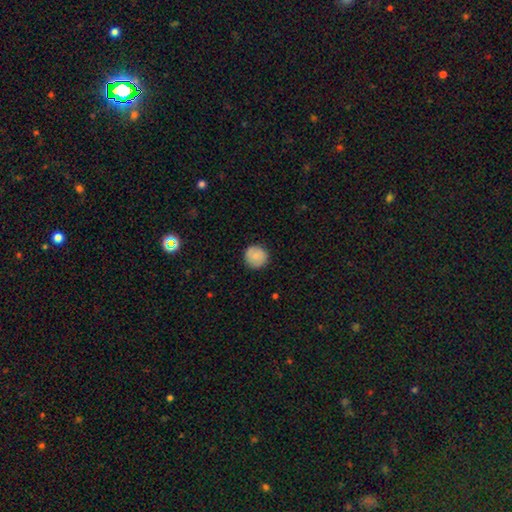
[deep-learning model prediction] The model was most divided on "smooth or featured": smooth: 81%, featured or disk: 12%, star or artifact: 7%. More confident: how rounded — round (94%); merging — none (88%).